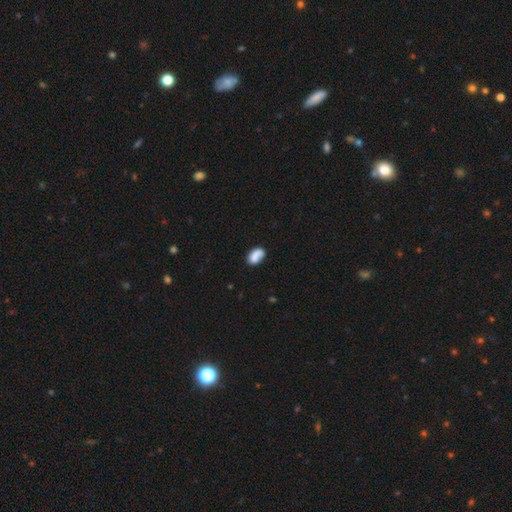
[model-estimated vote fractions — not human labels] Smooth or featured: smooth — 79% (featured or disk — 13%)
How rounded: in between — 89% (round — 9%)
Merging: none — 61% (minor disturbance — 23%)